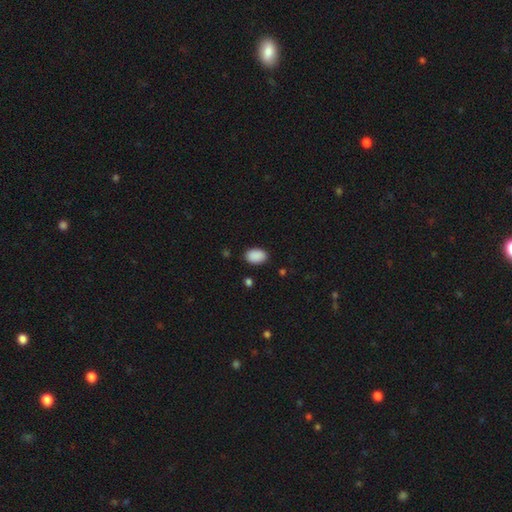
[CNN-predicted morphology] Overall: smooth (90%). How rounded: in between (85%). Merging: none (86%).